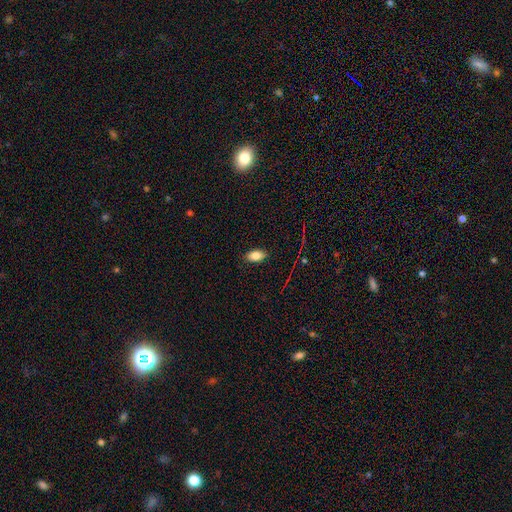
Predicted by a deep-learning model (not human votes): Smooth or featured? smooth (83%)
How rounded? in between (91%)
Merging? none (86%)